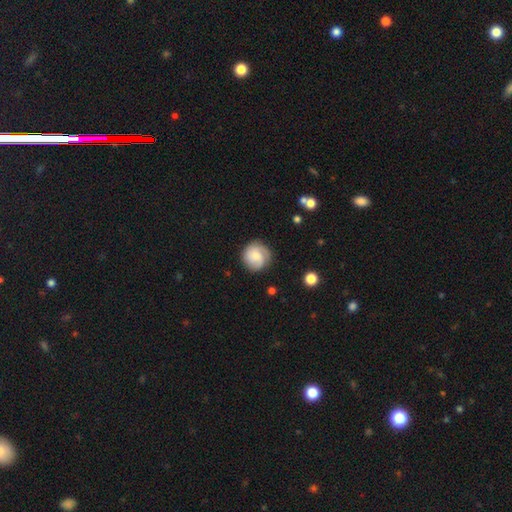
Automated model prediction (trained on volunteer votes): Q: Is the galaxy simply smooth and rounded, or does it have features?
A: featured or disk — 48%.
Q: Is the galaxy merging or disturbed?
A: none — 80%.